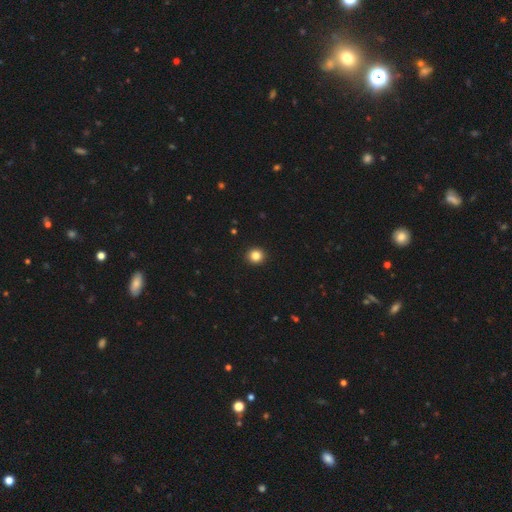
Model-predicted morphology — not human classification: Overall: smooth (84%). How rounded: round (94%). Merging: none (94%).